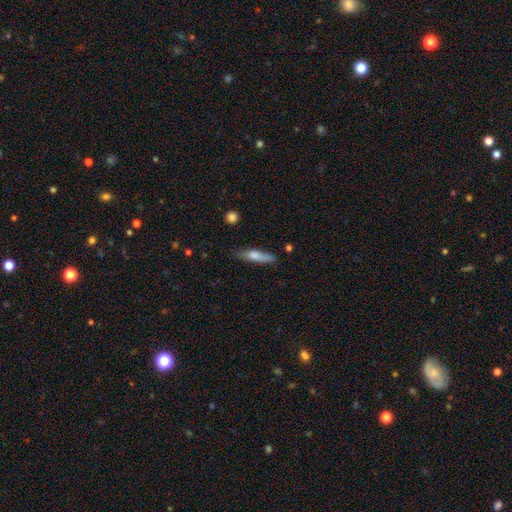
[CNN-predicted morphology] A smooth galaxy with no disk features (68%) that is cigar-shaped (80%).

Vote fractions:
- Smooth or featured? smooth: 68% / featured or disk: 26% / star or artifact: 6%
- How rounded? cigar-shaped: 80% / in between: 18% / round: 2%
- Merging? none: 71% / minor disturbance: 21% / major disturbance: 5% / merger: 3%